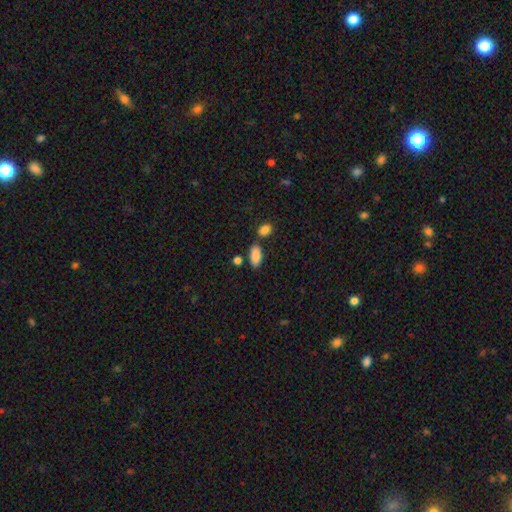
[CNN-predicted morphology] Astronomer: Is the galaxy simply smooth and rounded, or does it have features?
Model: smooth — 88%.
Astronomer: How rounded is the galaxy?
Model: in between — 90%.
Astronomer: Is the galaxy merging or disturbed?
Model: none — 74%.